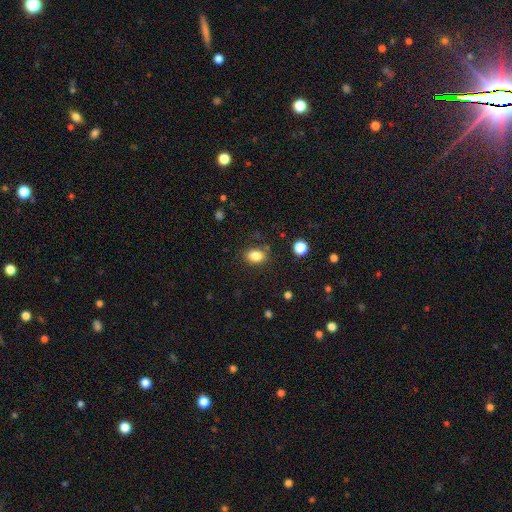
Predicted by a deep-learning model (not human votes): Overall: smooth (84%). How rounded: in between (78%). Merging: none (82%).